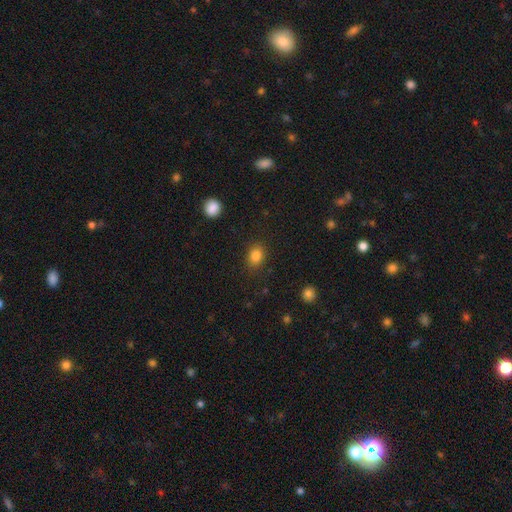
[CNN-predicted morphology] A smooth galaxy with no disk features (85%) that is in between round and cigar-shaped (54%).

Vote fractions:
- Smooth or featured? smooth: 85% / star or artifact: 11% / featured or disk: 5%
- How rounded? in between: 54% / round: 45% / cigar-shaped: 1%
- Merging? none: 85% / minor disturbance: 11% / major disturbance: 3% / merger: 1%